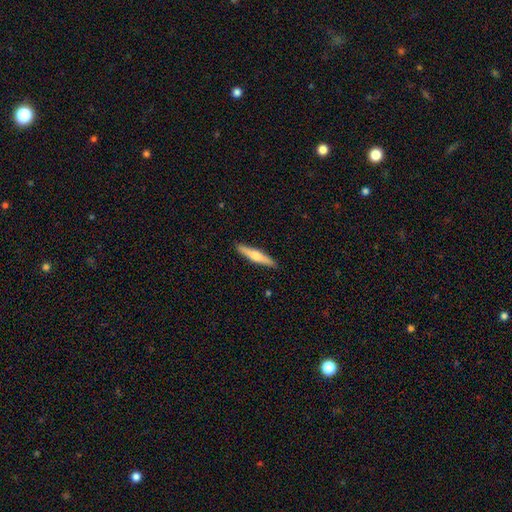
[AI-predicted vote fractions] Smooth or featured: smooth — 50% (featured or disk — 45%)
How rounded: cigar-shaped — 89% (in between — 9%)
Merging: none — 91% (minor disturbance — 7%)